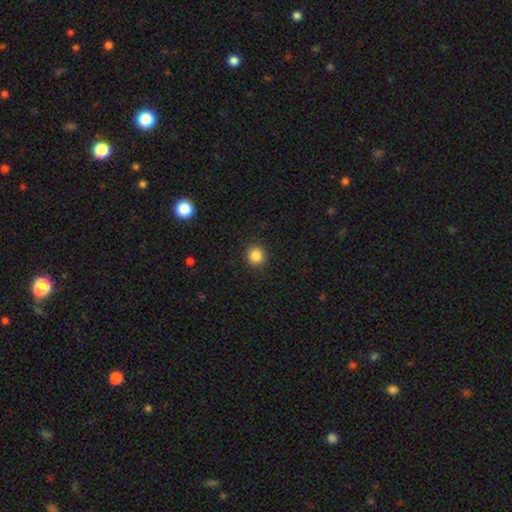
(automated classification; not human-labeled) Smooth or featured?
  - smooth: 86% *
  - star or artifact: 11%
  - featured or disk: 4%
How rounded?
  - round: 91% *
  - in between: 8%
  - cigar-shaped: 1%
Merging?
  - none: 91% *
  - minor disturbance: 6%
  - major disturbance: 2%
  - merger: 1%